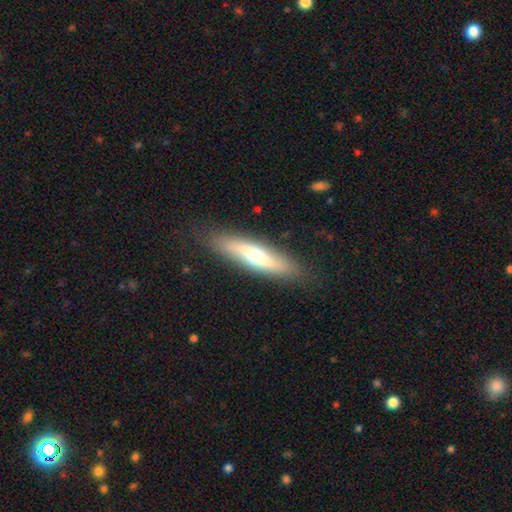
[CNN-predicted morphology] Q: Smooth or featured?
A: smooth (49%); runner-up: featured or disk (45%)
Q: Merging?
A: none (85%); runner-up: minor disturbance (11%)